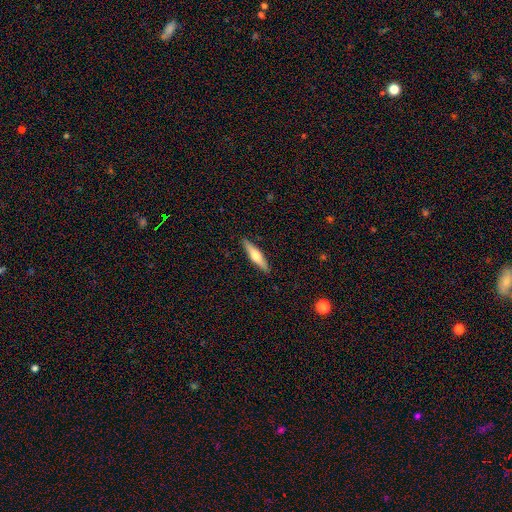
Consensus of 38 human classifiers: smooth 66%, featured or disk 29%, star or artifact 5%. Down the decision tree: how rounded — cigar-shaped (68%); merging — none (94%).